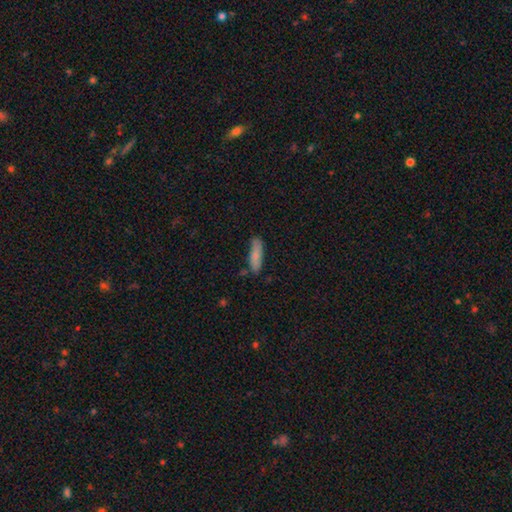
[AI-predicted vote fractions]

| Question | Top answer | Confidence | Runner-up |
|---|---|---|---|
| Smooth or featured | smooth | 80% | featured or disk (14%) |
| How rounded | cigar-shaped | 65% | in between (33%) |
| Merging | none | 77% | minor disturbance (17%) |